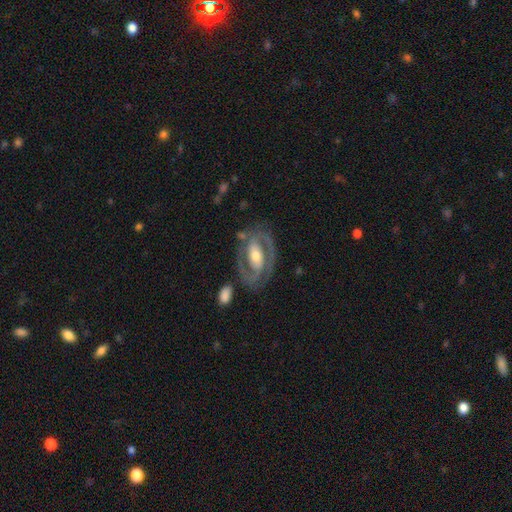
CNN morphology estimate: Smooth or featured? featured or disk (85%)
Edge-on disk? no (95%)
Bar? strong (46%)
Spiral arms? yes (89%)
Spiral winding? tight (48%)
Spiral arm count? 2 (86%)
Bulge size? moderate (64%)
Merging? none (76%)